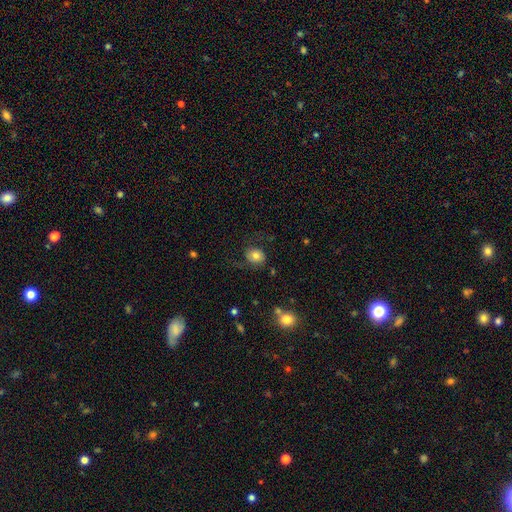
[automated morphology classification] A smooth galaxy with no disk features (69%) that is round (64%). Merging: none (64%).